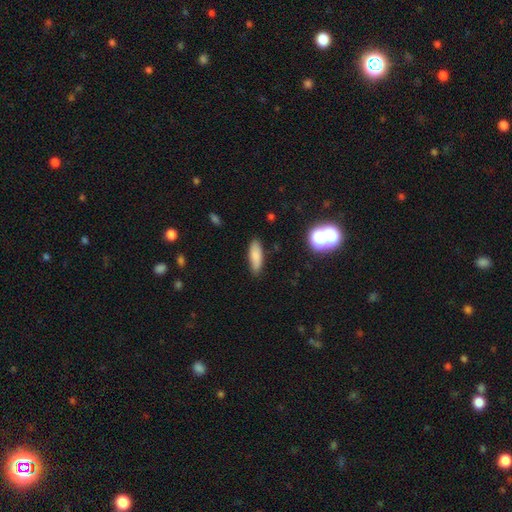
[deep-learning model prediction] Q: Smooth or featured?
A: smooth (83%); runner-up: featured or disk (9%)
Q: How rounded?
A: in between (55%); runner-up: cigar-shaped (43%)
Q: Merging?
A: none (85%); runner-up: minor disturbance (11%)